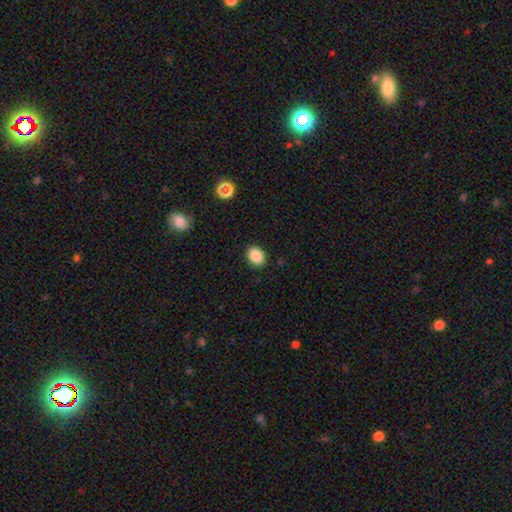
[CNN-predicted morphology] smooth-or-featured: smooth: 88% | star or artifact: 9% | featured or disk: 4%
  how-rounded: in between: 64% | round: 35% | cigar-shaped: 1%
  merging: none: 90% | minor disturbance: 7% | major disturbance: 2% | merger: 1%